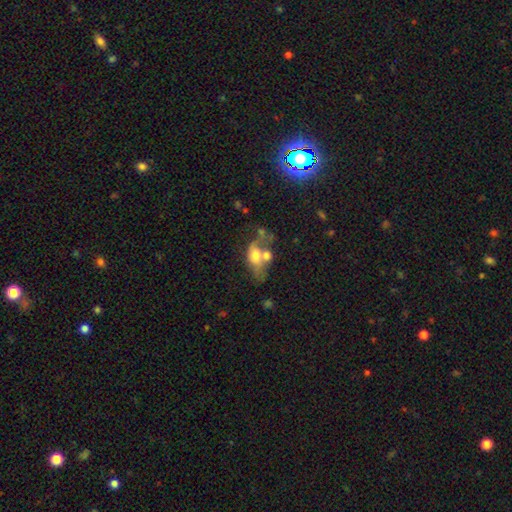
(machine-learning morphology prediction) Smooth or featured: smooth — 54% (featured or disk — 37%)
How rounded: in between — 81% (round — 15%)
Merging: merger — 54% (major disturbance — 17%)